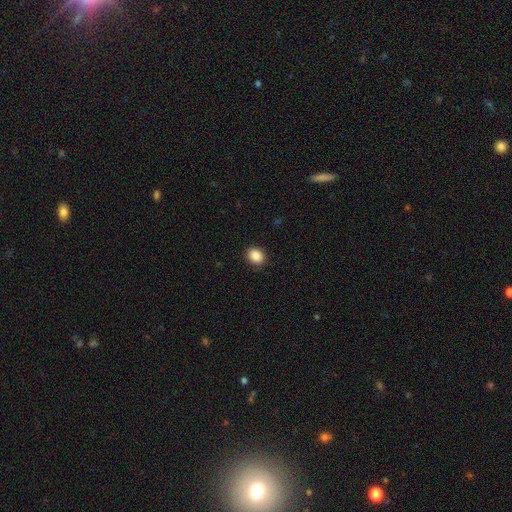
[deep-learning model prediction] This appears to be a smooth galaxy with no disk features (88%) that is round (55%). Merging: none (89%).